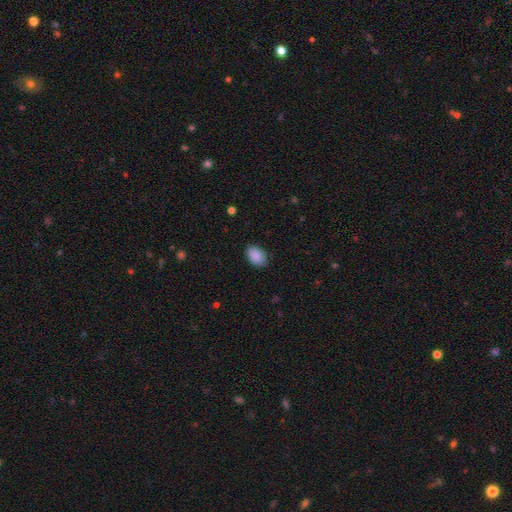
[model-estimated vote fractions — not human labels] Smooth or featured?
  - smooth: 90% *
  - star or artifact: 7%
  - featured or disk: 3%
How rounded?
  - in between: 86% *
  - round: 13%
  - cigar-shaped: 1%
Merging?
  - none: 86% *
  - minor disturbance: 11%
  - major disturbance: 3%
  - merger: 1%